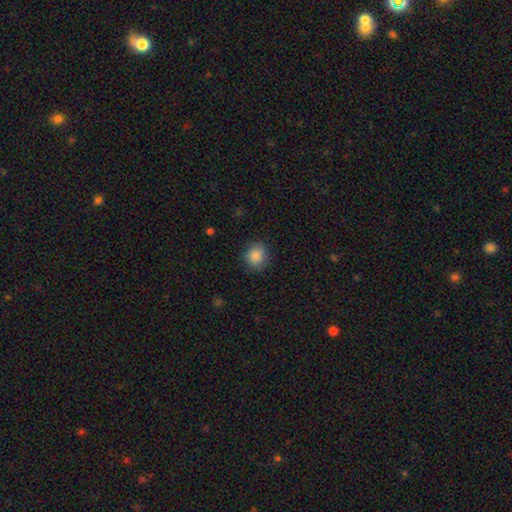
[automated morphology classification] smooth 88%, star or artifact 9%, featured or disk 3%. Down the decision tree: how rounded — round (82%); merging — none (86%).